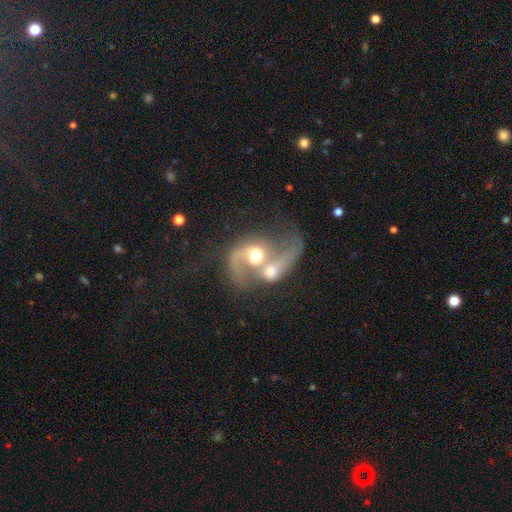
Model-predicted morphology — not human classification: A featured or disk galaxy (73%) with no bar (66%), 2 (62%) loose (55%) spiral arms (83%) and a moderate central bulge (62%).

Vote fractions:
- Smooth or featured? featured or disk: 73% / smooth: 19% / star or artifact: 7%
- Edge-on disk? no: 97% / yes: 3%
- Bar? no: 66% / weak: 27% / strong: 8%
- Spiral arms? yes: 83% / no: 17%
- Spiral winding? loose: 55% / medium: 35% / tight: 11%
- Spiral arm count? 2: 62% / 1: 25% / can't tell: 9% / 3: 2% / more than 4: 1% / 4: 1%
- Bulge size? moderate: 62% / large: 26% / small: 8% / dominant: 3% / none: 2%
- Merging? merger: 76% / major disturbance: 11% / none: 9% / minor disturbance: 5%